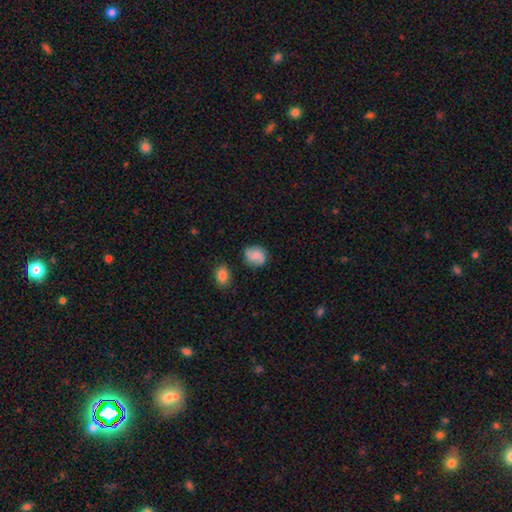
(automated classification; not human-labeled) This appears to be a smooth galaxy with no disk features (63%) that is round (62%). Merging: none (74%).